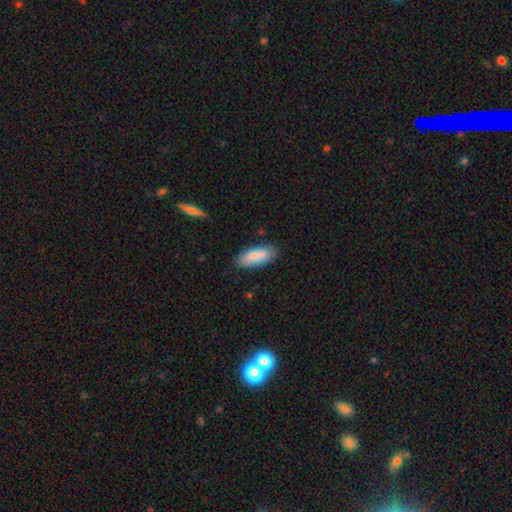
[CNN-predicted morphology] This is clearly a smooth galaxy (81%). How rounded: likely in between (79%). Merging: clearly none (80%).